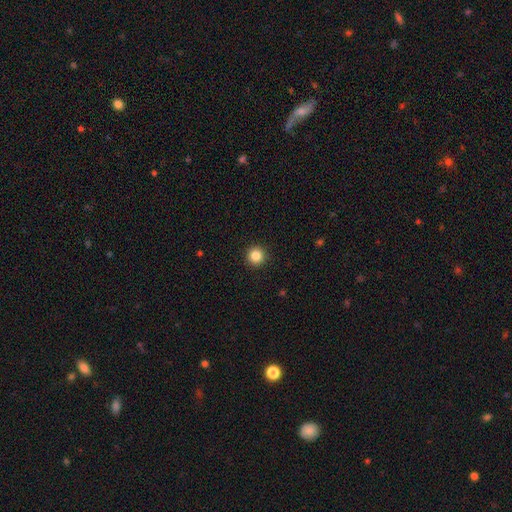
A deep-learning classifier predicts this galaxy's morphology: type=smooth (85%); roundness=round (96%); merging=none (93%).